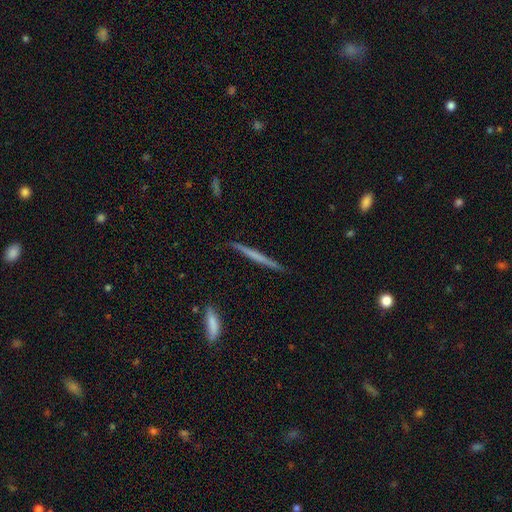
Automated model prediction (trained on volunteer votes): The model was most divided on "smooth or featured": featured or disk: 50%, smooth: 45%, star or artifact: 6%. More confident: merging — none (90%).